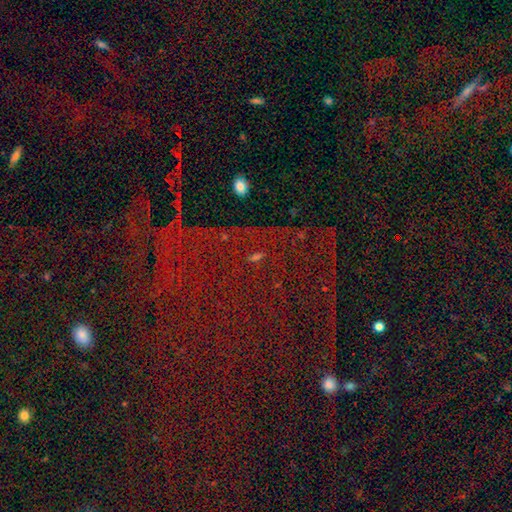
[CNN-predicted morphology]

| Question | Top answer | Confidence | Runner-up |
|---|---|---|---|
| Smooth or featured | star or artifact | 81% | smooth (11%) |